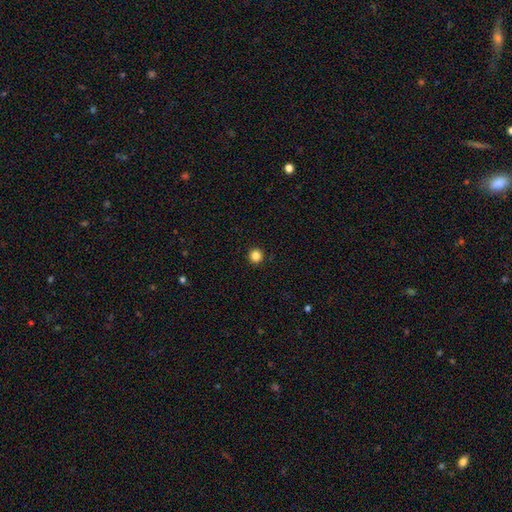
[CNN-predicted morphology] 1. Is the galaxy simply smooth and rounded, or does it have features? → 85% smooth, 11% star or artifact, 4% featured or disk.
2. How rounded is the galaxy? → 95% round, 4% in between, 1% cigar-shaped.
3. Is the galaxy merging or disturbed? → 93% none, 4% minor disturbance, 2% major disturbance, 1% merger.